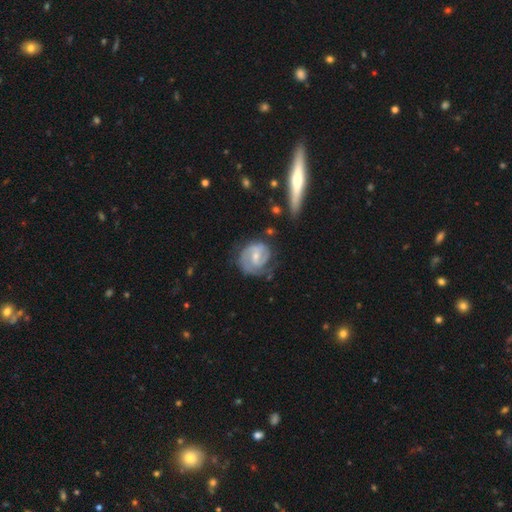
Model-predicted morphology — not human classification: This appears to be a featured or disk galaxy (83%) with a weak bar (54%), 2 (64%) tight (53%) spiral arms (94%) and a small central bulge (49%). Merging: none (65%).